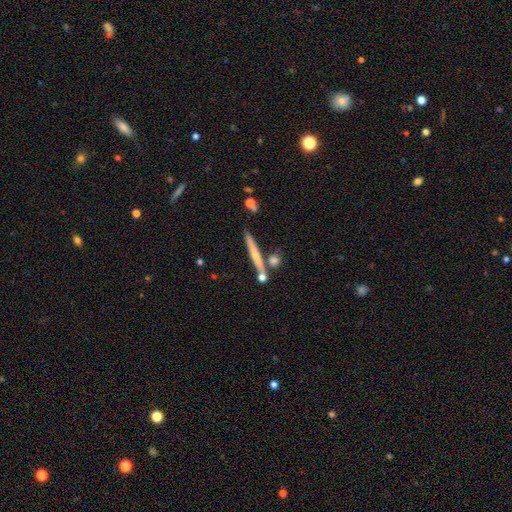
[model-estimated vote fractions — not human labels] Smooth or featured? smooth (48%)
Merging? none (76%)